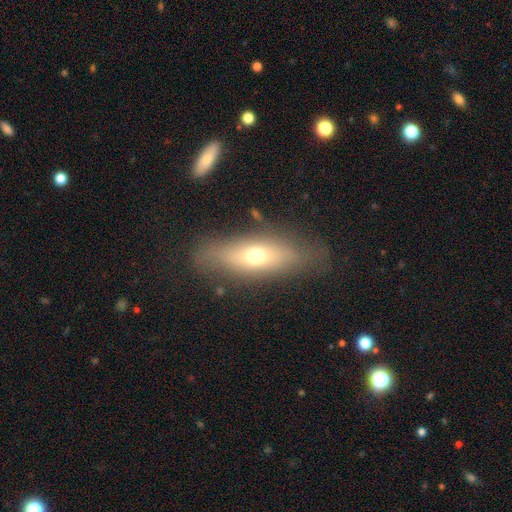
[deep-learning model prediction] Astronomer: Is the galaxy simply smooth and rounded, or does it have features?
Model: smooth — 55% (runner-up: featured or disk, 36%).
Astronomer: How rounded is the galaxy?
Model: in between — 57% (runner-up: cigar-shaped, 38%).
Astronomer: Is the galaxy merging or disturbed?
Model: none — 72%.